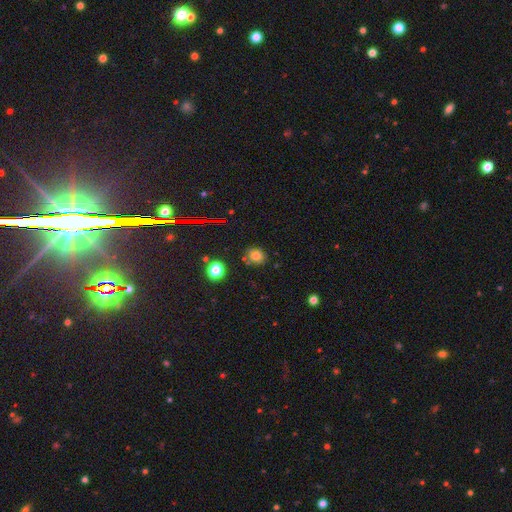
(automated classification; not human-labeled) The model was most divided on "how rounded": round: 67%, in between: 32%, cigar-shaped: 1%. More confident: merging — none (78%); smooth or featured — smooth (74%).